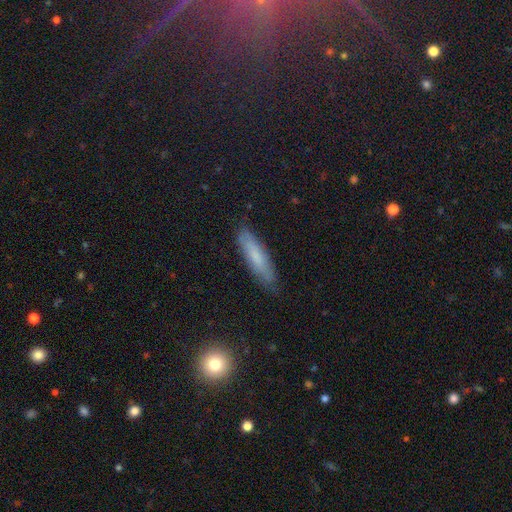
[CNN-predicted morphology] Smooth or featured? Predicted: smooth (p=0.67). How rounded? Predicted: cigar-shaped (p=0.71). Merging? Predicted: none (p=0.81).